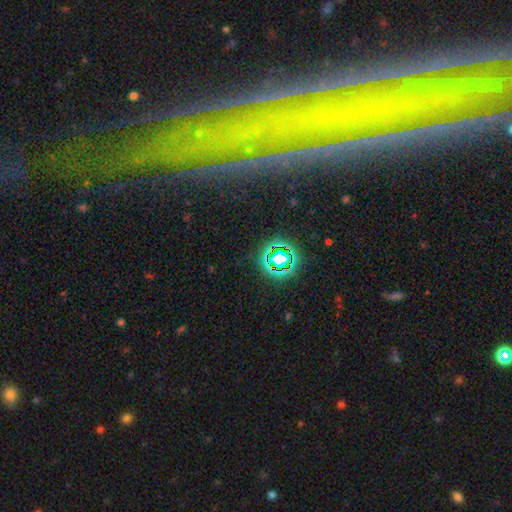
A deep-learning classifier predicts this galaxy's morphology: This appears to be a star or artifact, not a galaxy (45%).